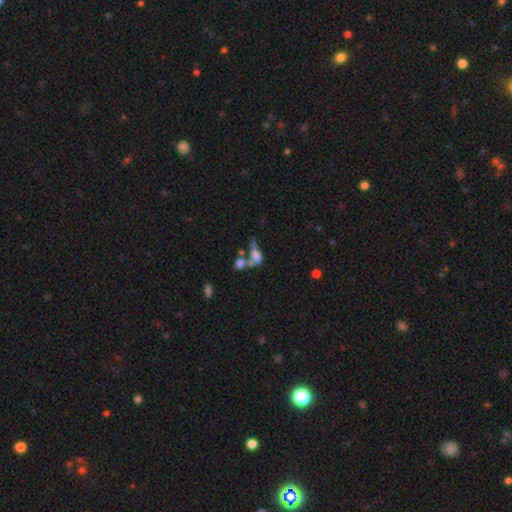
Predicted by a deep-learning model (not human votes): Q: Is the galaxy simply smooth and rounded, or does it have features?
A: smooth — 53%.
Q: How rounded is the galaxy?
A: in between — 67%.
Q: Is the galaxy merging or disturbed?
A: merger — 46%.